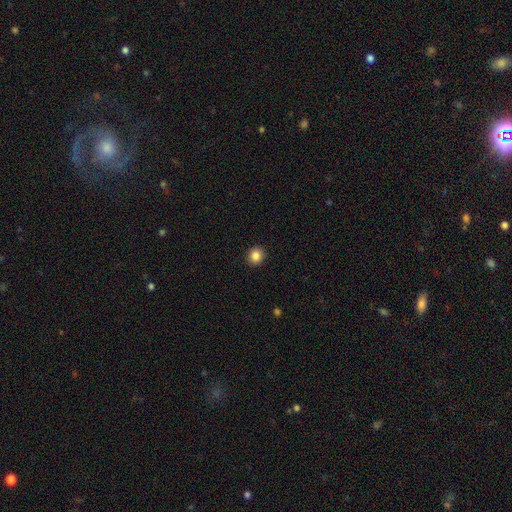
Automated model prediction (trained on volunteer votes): smooth_or_featured: smooth (p=0.86) [alt: star or artifact p=0.10]
how_rounded: round (p=0.87) [alt: in between p=0.12]
merging: none (p=0.92) [alt: minor disturbance p=0.05]